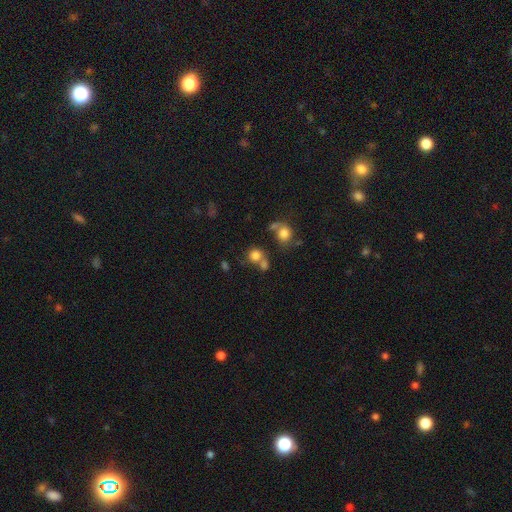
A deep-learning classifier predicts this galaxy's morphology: Smooth or featured: smooth — 77% (star or artifact — 14%)
How rounded: round — 86% (in between — 12%)
Merging: none — 52% (merger — 32%)